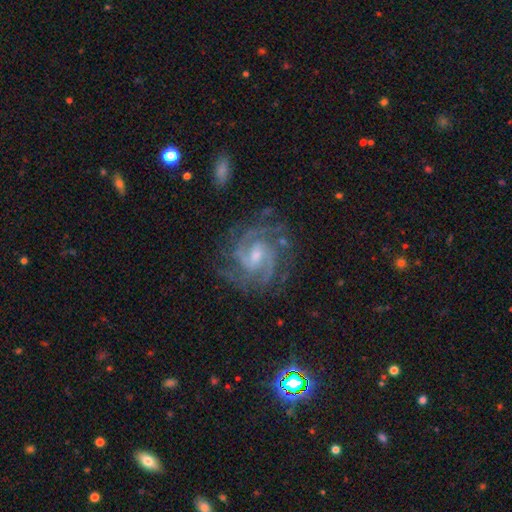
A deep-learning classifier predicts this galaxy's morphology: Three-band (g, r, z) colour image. It shows a featured or disk galaxy (91%) with a weak bar (52%), 2 (40%) tight (53%) spiral arms (98%) and a small central bulge (54%). Merging: none (76%).